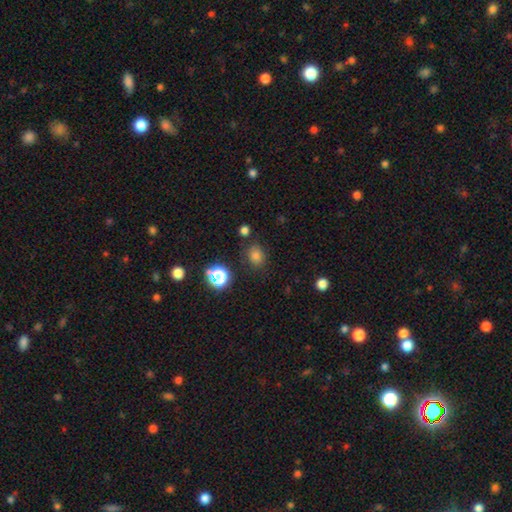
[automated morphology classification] This is likely a smooth galaxy (75%). How rounded: possibly round (56%). Merging: clearly none (81%).